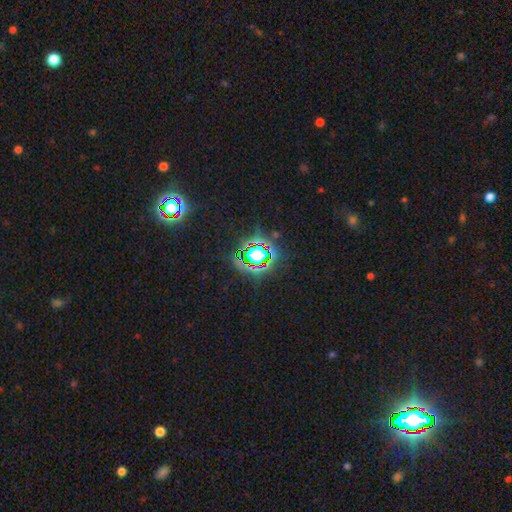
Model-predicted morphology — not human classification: A star or artifact, not a galaxy (77%).